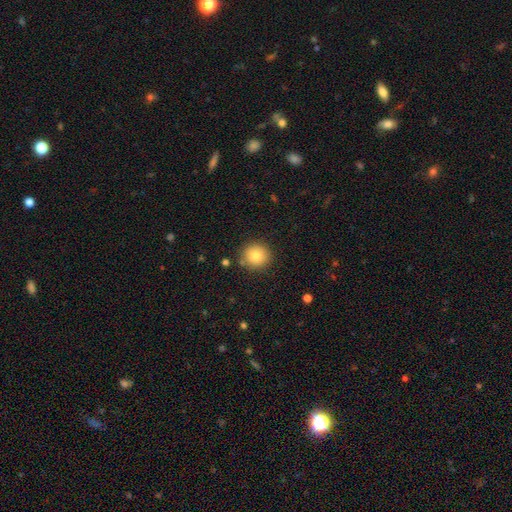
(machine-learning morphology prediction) A smooth galaxy with no disk features (79%) that is round (92%). Merging: none (87%).